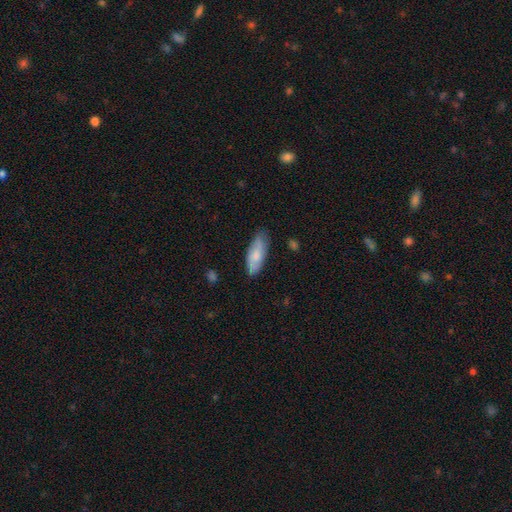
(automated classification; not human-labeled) This appears to be a smooth galaxy with no disk features (74%) that is in between round and cigar-shaped (75%). Merging: none (76%).